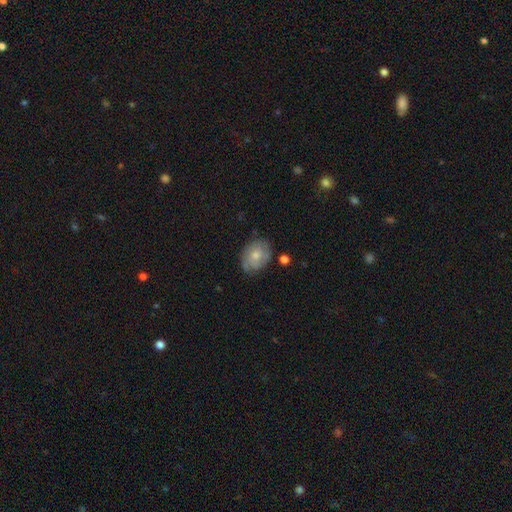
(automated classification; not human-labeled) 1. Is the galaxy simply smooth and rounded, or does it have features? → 64% smooth, 29% featured or disk, 7% star or artifact.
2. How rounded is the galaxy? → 61% in between, 38% round, 1% cigar-shaped.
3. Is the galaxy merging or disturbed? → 65% none, 25% minor disturbance, 6% major disturbance, 3% merger.